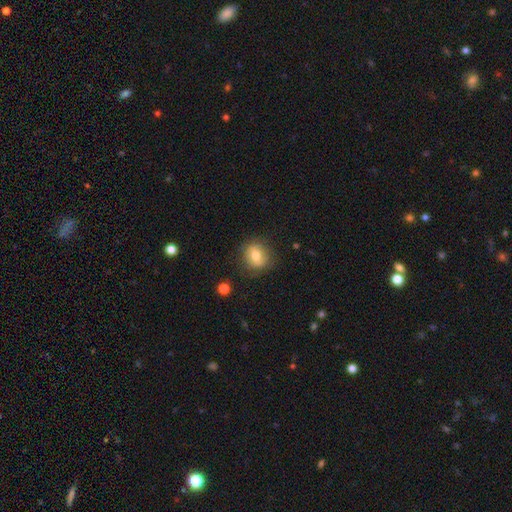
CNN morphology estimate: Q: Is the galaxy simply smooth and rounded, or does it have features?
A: smooth — 68%.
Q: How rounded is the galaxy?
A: round — 69%.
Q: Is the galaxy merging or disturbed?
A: none — 80%.